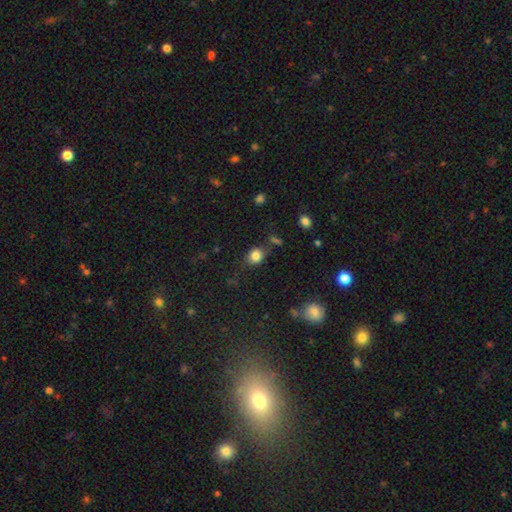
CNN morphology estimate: type=smooth (82%); roundness=round (59%); merging=none (70%).